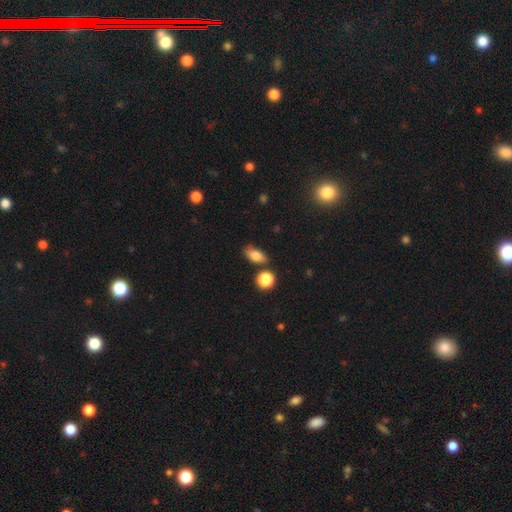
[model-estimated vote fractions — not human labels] Smooth or featured: smooth — 80% (featured or disk — 11%)
How rounded: in between — 80% (round — 11%)
Merging: none — 73% (minor disturbance — 16%)